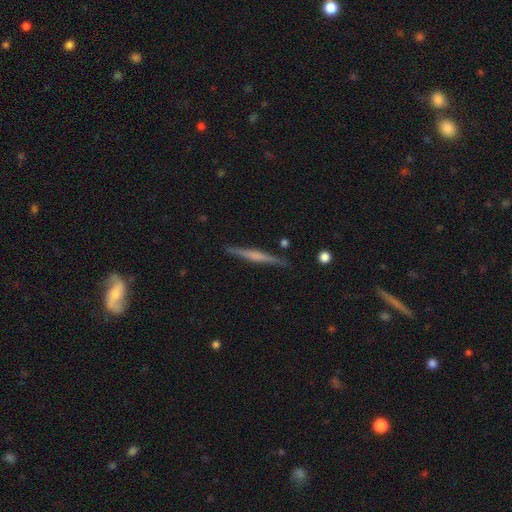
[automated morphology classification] Q: Smooth or featured?
A: featured or disk (65%); runner-up: smooth (29%)
Q: Edge-on disk?
A: yes (98%); runner-up: no (2%)
Q: Edge-on bulge?
A: rounded (46%); runner-up: none (32%)
Q: Merging?
A: none (90%); runner-up: minor disturbance (7%)